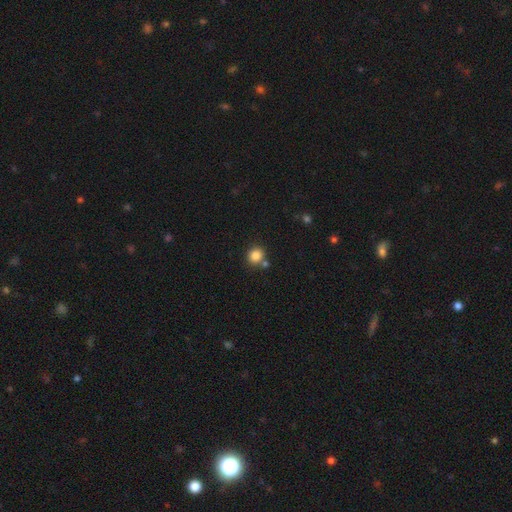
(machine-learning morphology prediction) Smooth or featured?
  - smooth: 85% *
  - star or artifact: 11%
  - featured or disk: 5%
How rounded?
  - round: 84% *
  - in between: 15%
  - cigar-shaped: 1%
Merging?
  - none: 73% *
  - merger: 15%
  - minor disturbance: 9%
  - major disturbance: 3%